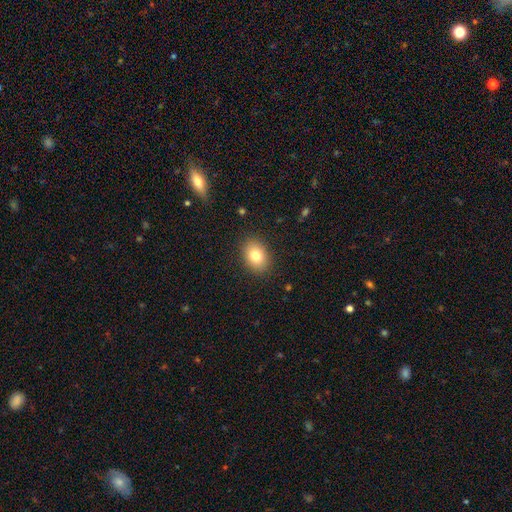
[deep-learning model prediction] This is clearly a smooth galaxy (81%). How rounded: likely in between (69%). Merging: clearly none (88%).